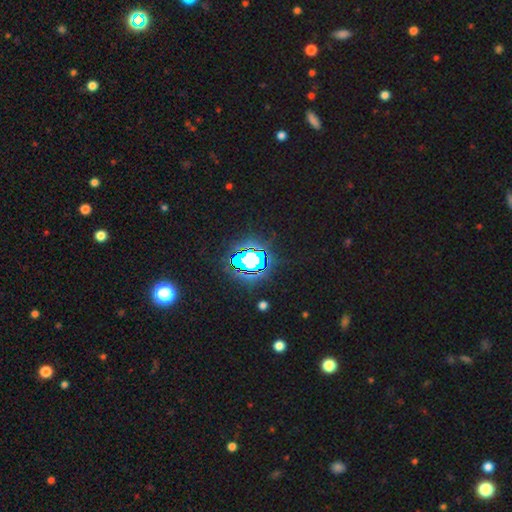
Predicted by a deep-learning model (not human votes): Q: Smooth or featured?
A: star or artifact (68%); runner-up: smooth (18%)